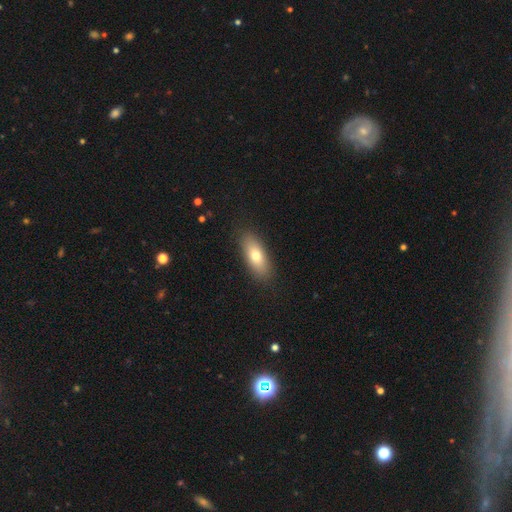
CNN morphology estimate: Smooth or featured? smooth (72%)
How rounded? in between (74%)
Merging? none (87%)